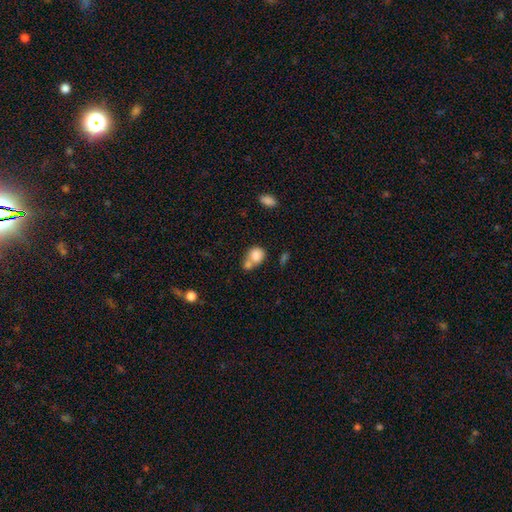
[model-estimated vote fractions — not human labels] A smooth galaxy with no disk features (81%) that is round (59%).

Vote fractions:
- Smooth or featured? smooth: 81% / featured or disk: 10% / star or artifact: 9%
- How rounded? round: 59% / in between: 39% / cigar-shaped: 1%
- Merging? merger: 54% / none: 31% / minor disturbance: 10% / major disturbance: 5%